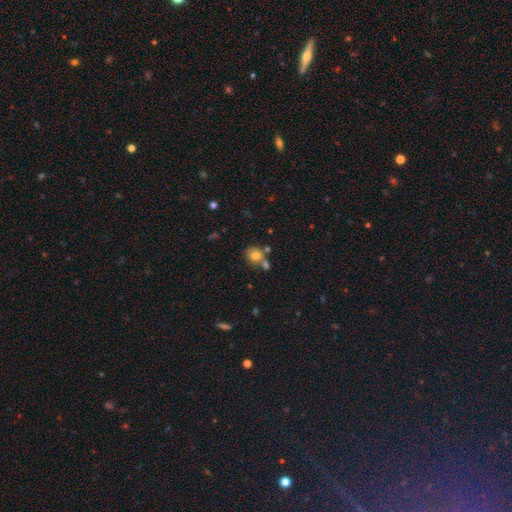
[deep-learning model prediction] A smooth galaxy with no disk features (75%) that is round (71%). Merging: none (54%).